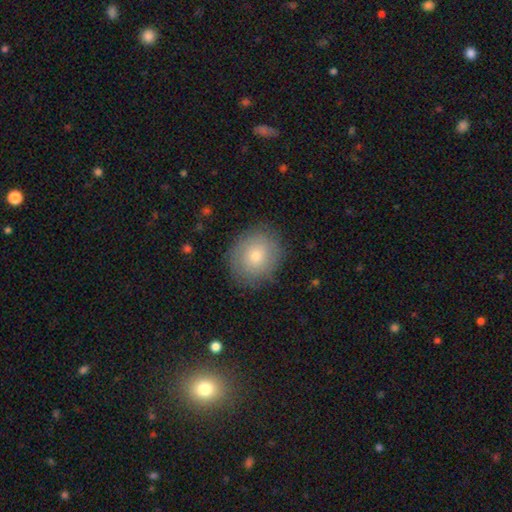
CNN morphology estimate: smooth_or_featured: smooth (p=0.67) [alt: featured or disk p=0.23]
how_rounded: round (p=0.73) [alt: in between p=0.26]
merging: none (p=0.84) [alt: minor disturbance p=0.11]